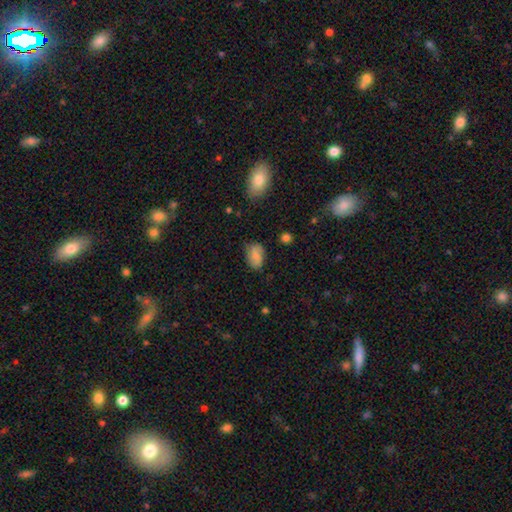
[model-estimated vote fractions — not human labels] Smooth or featured?
  - smooth: 71% *
  - featured or disk: 21%
  - star or artifact: 8%
How rounded?
  - in between: 87% *
  - round: 11%
  - cigar-shaped: 2%
Merging?
  - none: 71% *
  - minor disturbance: 23%
  - major disturbance: 5%
  - merger: 2%